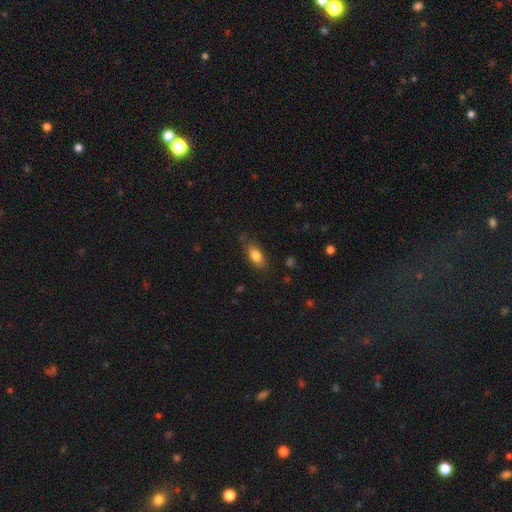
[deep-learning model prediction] A smooth galaxy with no disk features (82%) that is in between round and cigar-shaped (85%). Merging: none (78%).